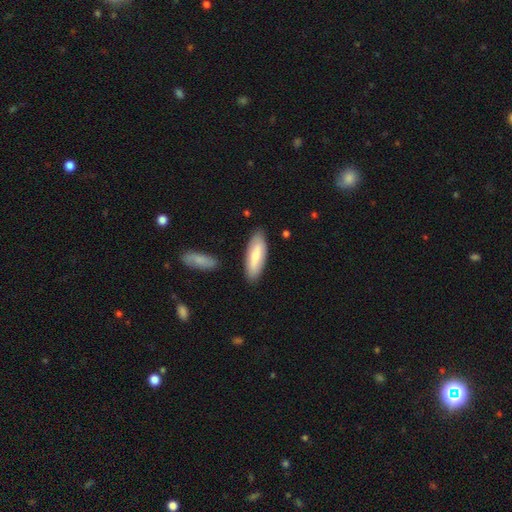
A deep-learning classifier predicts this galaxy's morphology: smooth-or-featured: smooth: 71% | featured or disk: 24% | star or artifact: 5%
  how-rounded: in between: 63% | cigar-shaped: 36% | round: 2%
  merging: none: 85% | minor disturbance: 11% | merger: 2% | major disturbance: 2%